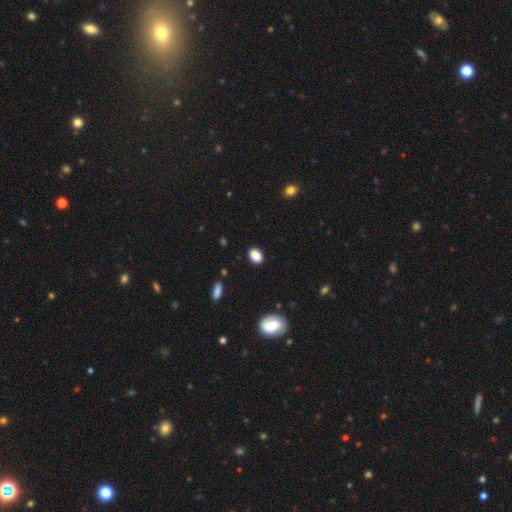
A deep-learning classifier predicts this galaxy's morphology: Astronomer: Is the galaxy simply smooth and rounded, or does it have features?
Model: smooth — 86%.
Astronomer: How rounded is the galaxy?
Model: in between — 80%.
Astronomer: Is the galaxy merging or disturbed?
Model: none — 87%.